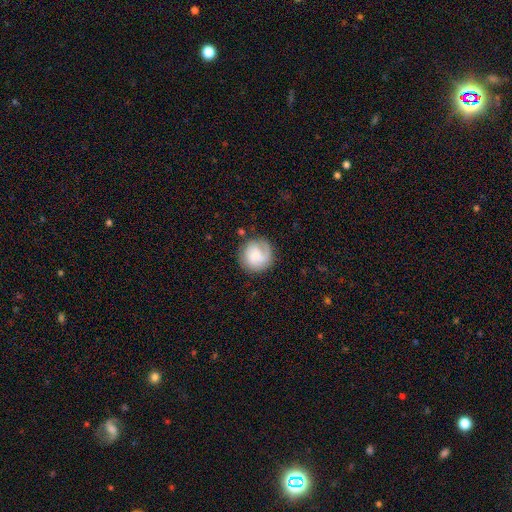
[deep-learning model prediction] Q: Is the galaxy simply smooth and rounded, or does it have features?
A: smooth — 60%.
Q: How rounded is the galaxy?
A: round — 90%.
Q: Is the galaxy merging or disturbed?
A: none — 70%.